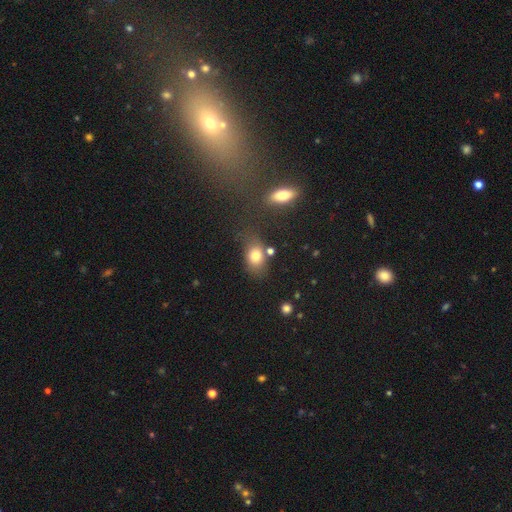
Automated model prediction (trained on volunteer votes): The model was most divided on "how rounded": in between: 71%, round: 27%, cigar-shaped: 2%. More confident: smooth or featured — smooth (77%); merging — none (64%).